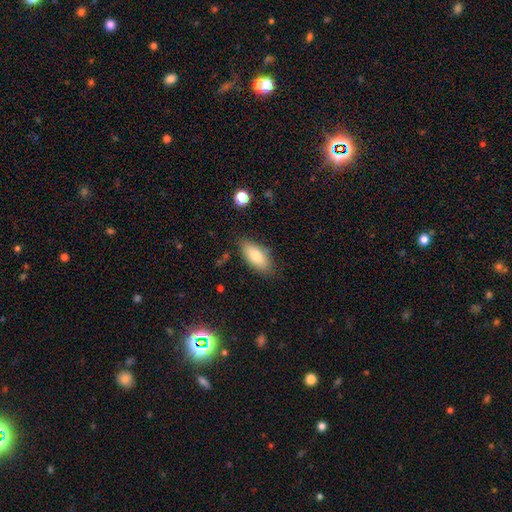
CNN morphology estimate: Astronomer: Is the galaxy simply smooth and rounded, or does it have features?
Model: smooth — 77%.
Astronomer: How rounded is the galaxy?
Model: in between — 87%.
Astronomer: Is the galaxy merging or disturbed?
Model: none — 80%.